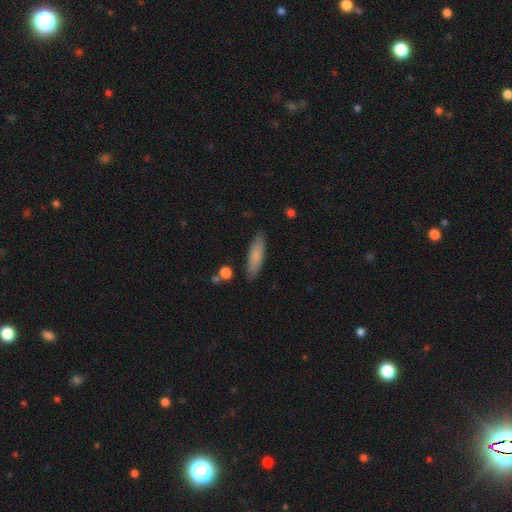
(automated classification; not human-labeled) smooth 77%, featured or disk 16%, star or artifact 6%. Down the decision tree: how rounded — cigar-shaped (62%); merging — none (85%).